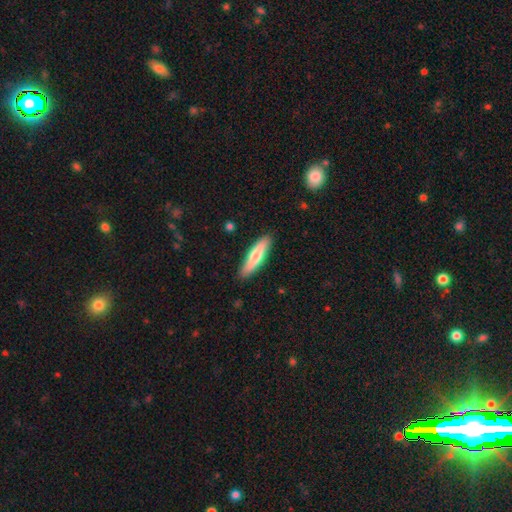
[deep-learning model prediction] Smooth or featured? Predicted: smooth (p=0.68). How rounded? Predicted: cigar-shaped (p=0.75). Merging? Predicted: none (p=0.89).